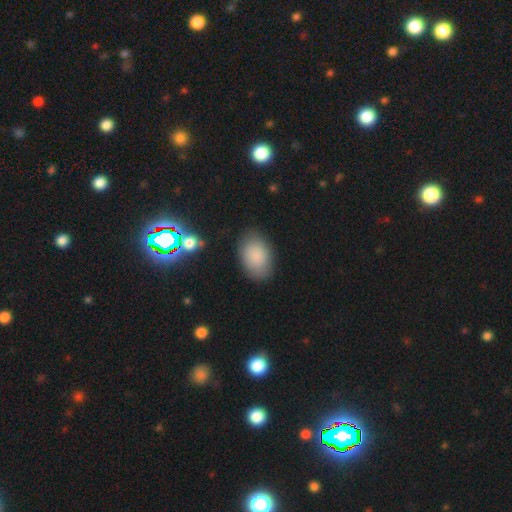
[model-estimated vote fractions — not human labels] Smooth or featured? Predicted: smooth (p=0.85). How rounded? Predicted: in between (p=0.86). Merging? Predicted: none (p=0.83).